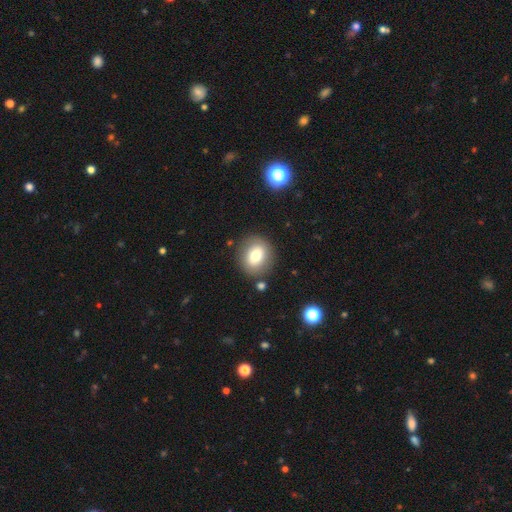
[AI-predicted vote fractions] smooth 74%, featured or disk 17%, star or artifact 9%. Down the decision tree: how rounded — round (66%); merging — none (83%).